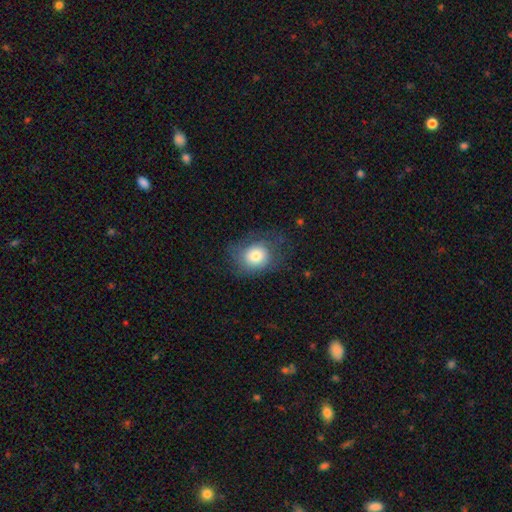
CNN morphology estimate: Smooth or featured?
  - smooth: 68% *
  - featured or disk: 22%
  - star or artifact: 9%
How rounded?
  - round: 66% *
  - in between: 33%
  - cigar-shaped: 1%
Merging?
  - none: 61% *
  - minor disturbance: 21%
  - major disturbance: 16%
  - merger: 1%